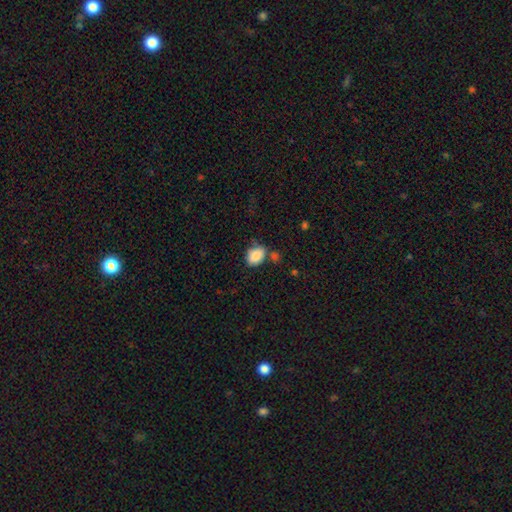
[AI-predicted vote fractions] This appears to be a smooth galaxy with no disk features (85%) that is in between round and cigar-shaped (73%). Merging: none (62%).